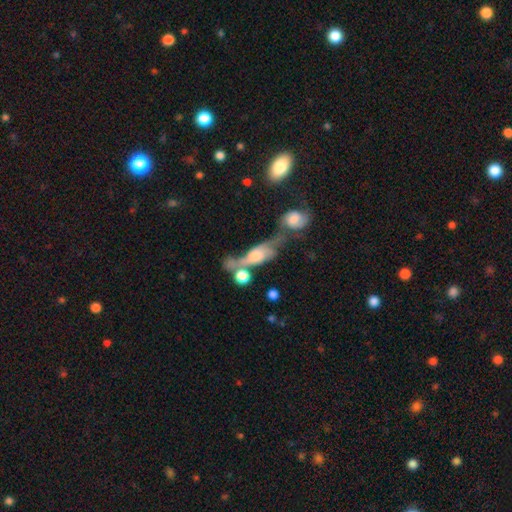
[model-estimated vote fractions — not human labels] A featured or disk galaxy (59%).

Vote fractions:
- Smooth or featured? featured or disk: 59% / smooth: 30% / star or artifact: 10%
- Edge-on disk? no: 65% / yes: 35%
- Merging? merger: 47% / none: 21% / major disturbance: 18% / minor disturbance: 14%